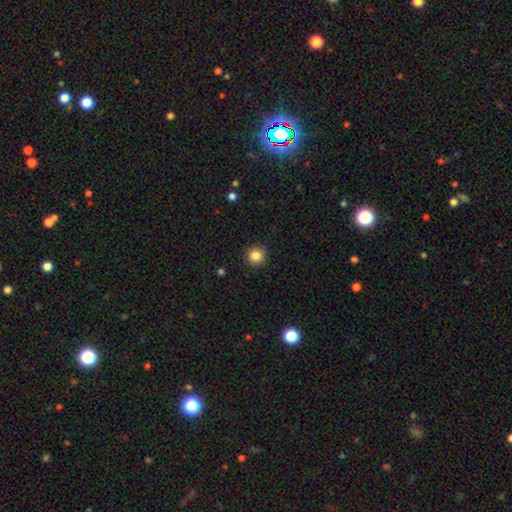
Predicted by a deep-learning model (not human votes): Smooth or featured?
  - smooth: 85% *
  - star or artifact: 11%
  - featured or disk: 5%
How rounded?
  - round: 95% *
  - in between: 4%
  - cigar-shaped: 1%
Merging?
  - none: 92% *
  - minor disturbance: 5%
  - major disturbance: 2%
  - merger: 1%